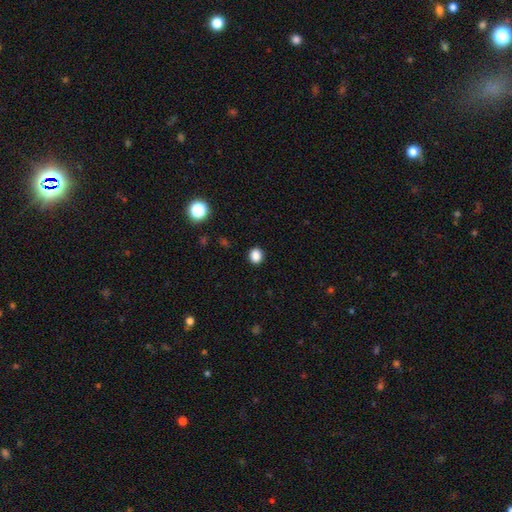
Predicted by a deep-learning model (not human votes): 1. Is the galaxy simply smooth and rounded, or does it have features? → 87% smooth, 11% star or artifact, 3% featured or disk.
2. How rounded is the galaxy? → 63% round, 36% in between, 1% cigar-shaped.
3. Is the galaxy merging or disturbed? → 90% none, 6% minor disturbance, 2% major disturbance, 1% merger.